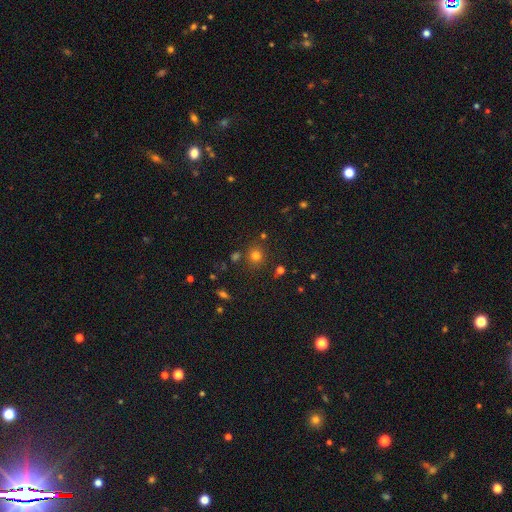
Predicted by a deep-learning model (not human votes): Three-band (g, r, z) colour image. It shows a smooth galaxy with no disk features (74%) that is round (87%). Merging: none (83%).